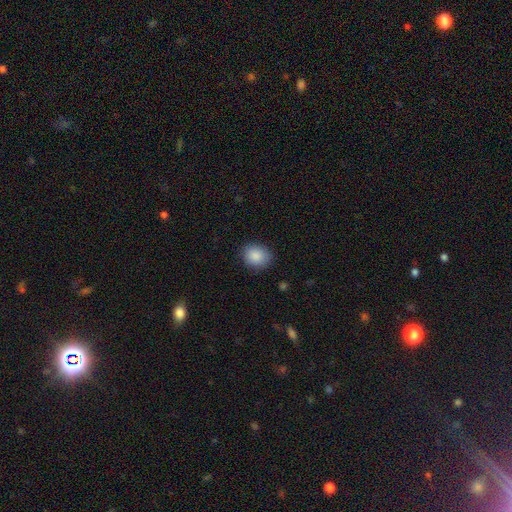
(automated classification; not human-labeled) A smooth galaxy with no disk features (88%) that is round (65%). Merging: none (85%).